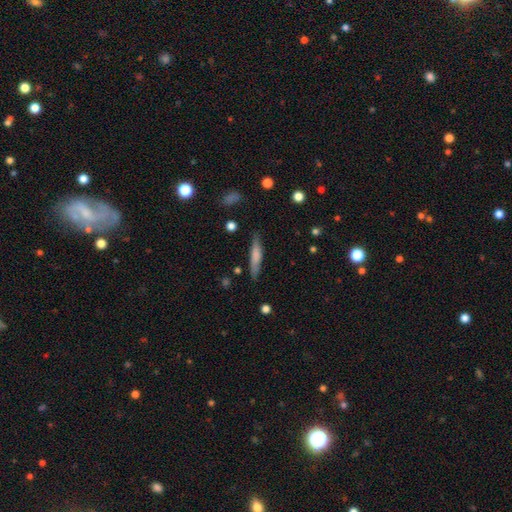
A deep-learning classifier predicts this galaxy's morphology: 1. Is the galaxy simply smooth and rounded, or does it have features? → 68% smooth, 25% featured or disk, 6% star or artifact.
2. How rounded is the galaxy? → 85% cigar-shaped, 13% in between, 2% round.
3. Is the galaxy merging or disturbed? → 81% none, 14% minor disturbance, 3% major disturbance, 2% merger.